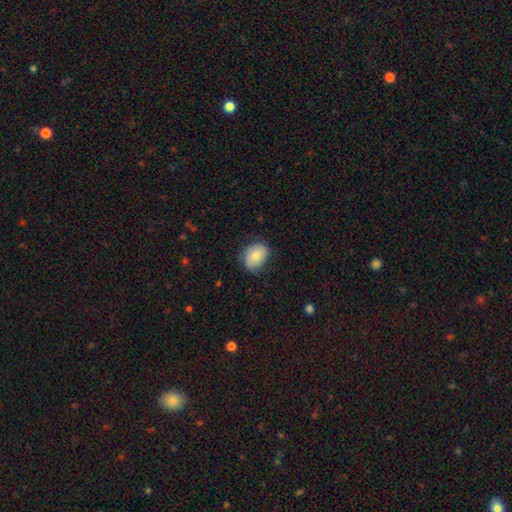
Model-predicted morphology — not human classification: A smooth galaxy with no disk features (76%) that is in between round and cigar-shaped (60%). Merging: none (73%).